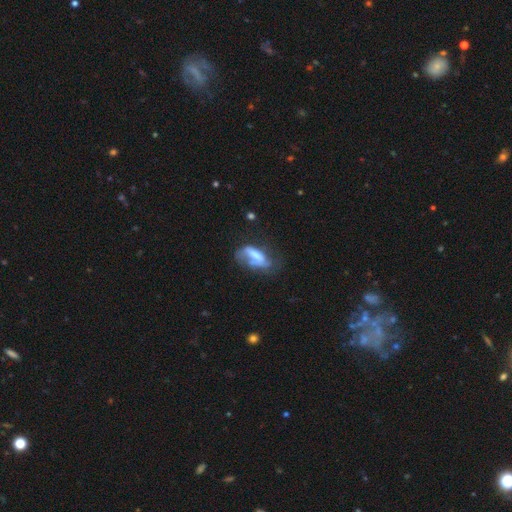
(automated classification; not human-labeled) Smooth or featured: smooth — 47% (featured or disk — 43%)
Merging: major disturbance — 34% (none — 32%)